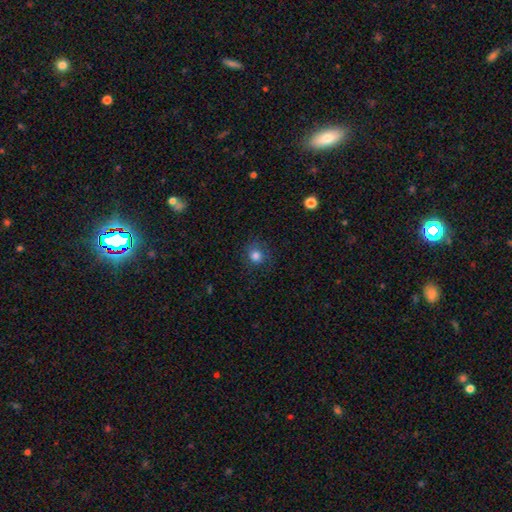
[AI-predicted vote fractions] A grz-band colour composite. It shows a smooth galaxy with no disk features (81%) that is round (81%). Merging: none (80%).